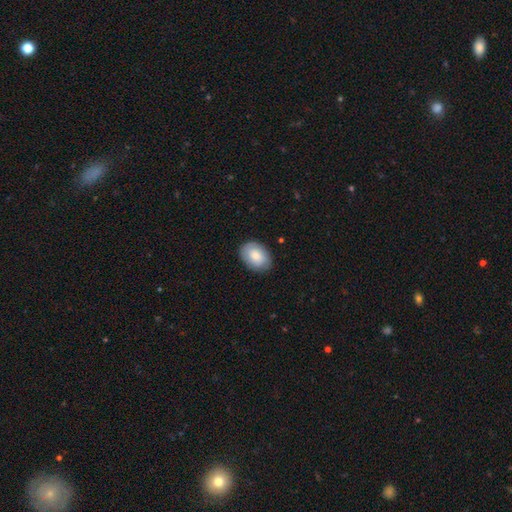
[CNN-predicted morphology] Q: Smooth or featured?
A: smooth (74%); runner-up: featured or disk (19%)
Q: How rounded?
A: in between (76%); runner-up: round (23%)
Q: Merging?
A: none (84%); runner-up: minor disturbance (12%)